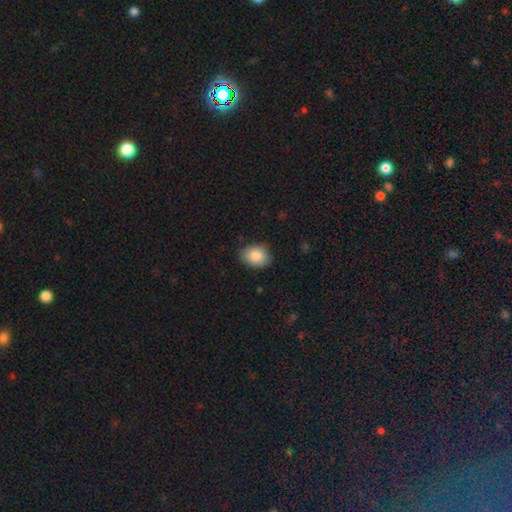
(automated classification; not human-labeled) smooth 86%, star or artifact 7%, featured or disk 6%. Down the decision tree: how rounded — in between (64%); merging — none (79%).